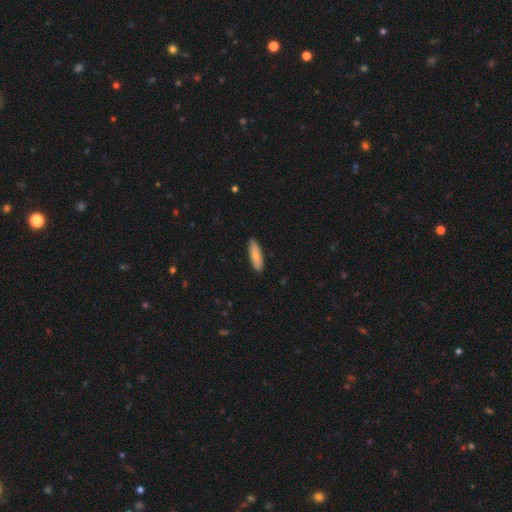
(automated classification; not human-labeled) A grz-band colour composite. It shows a smooth galaxy with no disk features (77%) that is cigar-shaped (61%). Merging: none (89%).